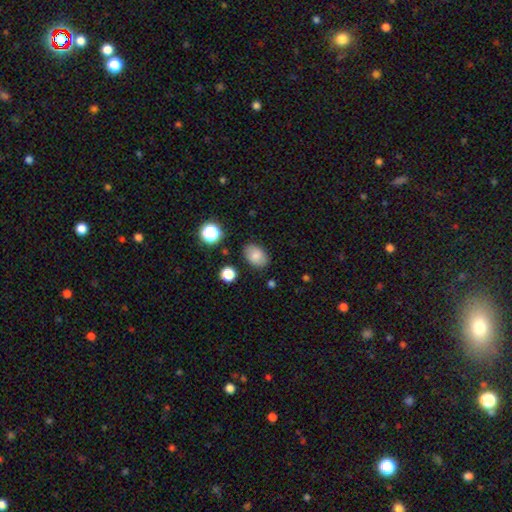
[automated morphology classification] Smooth or featured? smooth (80%)
How rounded? in between (81%)
Merging? none (82%)